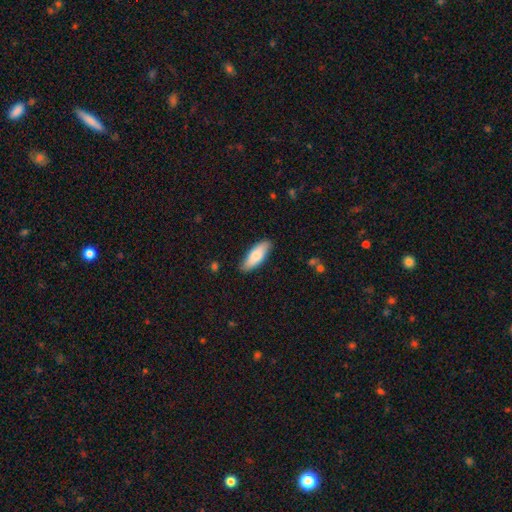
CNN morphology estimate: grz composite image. It shows a smooth galaxy with no disk features (80%) that is in between round and cigar-shaped (67%). Merging: none (84%).